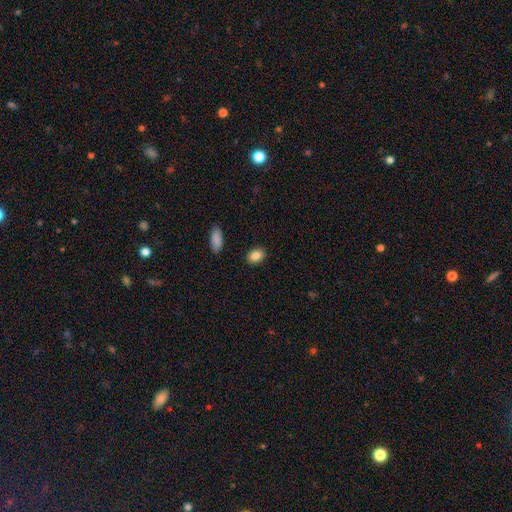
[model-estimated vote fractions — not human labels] Smooth or featured? Predicted: smooth (p=0.87). How rounded? Predicted: in between (p=0.84). Merging? Predicted: none (p=0.89).